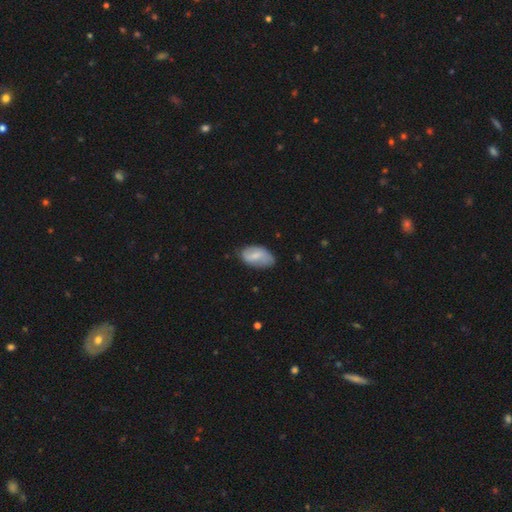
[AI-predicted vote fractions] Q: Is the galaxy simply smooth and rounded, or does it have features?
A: smooth — 60%.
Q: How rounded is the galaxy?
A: in between — 93%.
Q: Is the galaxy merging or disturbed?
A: none — 65%.